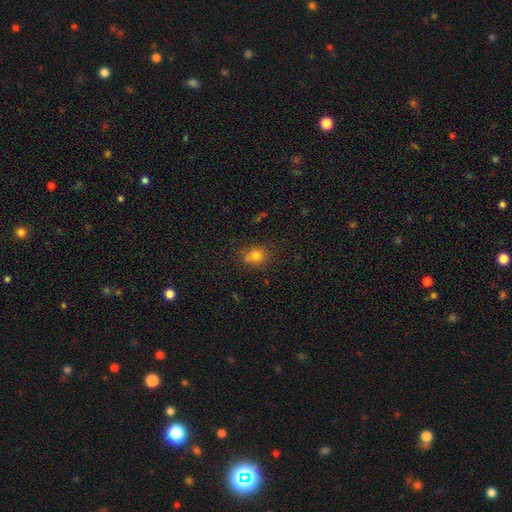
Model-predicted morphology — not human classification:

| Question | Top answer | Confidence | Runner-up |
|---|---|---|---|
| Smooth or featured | smooth | 78% | star or artifact (14%) |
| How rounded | round | 60% | in between (39%) |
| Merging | none | 68% | minor disturbance (18%) |